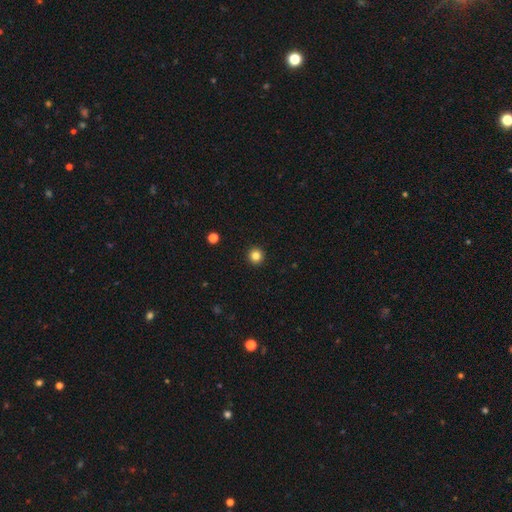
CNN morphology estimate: A smooth galaxy with no disk features (84%) that is round (95%).

Vote fractions:
- Smooth or featured? smooth: 84% / star or artifact: 12% / featured or disk: 4%
- How rounded? round: 95% / in between: 4% / cigar-shaped: 1%
- Merging? none: 94% / minor disturbance: 4% / major disturbance: 1% / merger: 1%